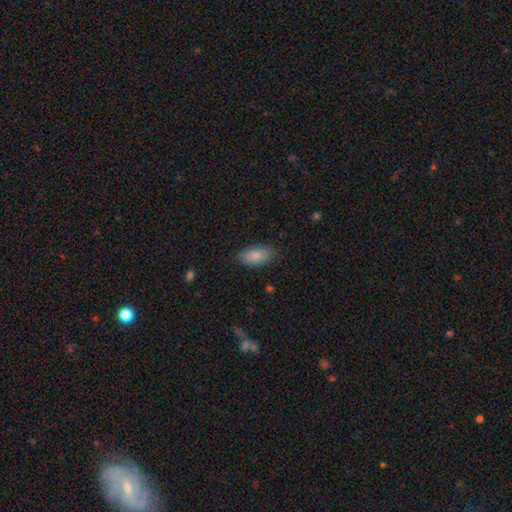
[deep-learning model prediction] This appears to be a smooth galaxy with no disk features (87%) that is in between round and cigar-shaped (93%). Merging: none (83%).